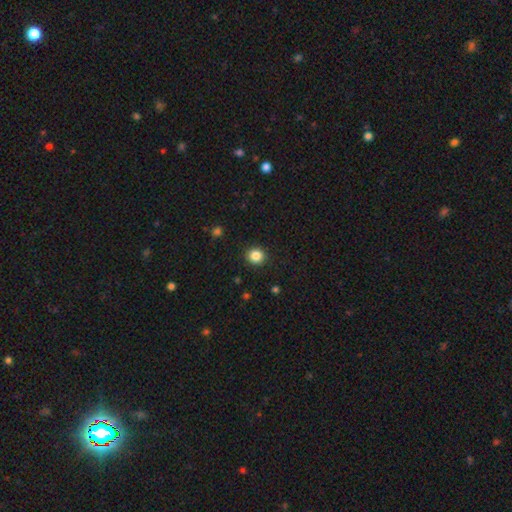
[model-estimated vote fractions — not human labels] Smooth or featured? smooth (85%)
How rounded? round (89%)
Merging? none (91%)